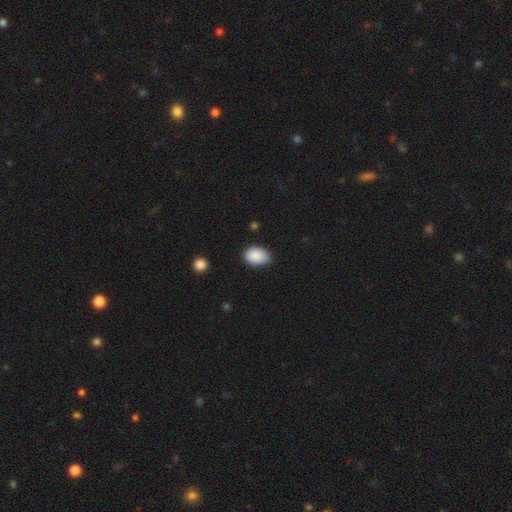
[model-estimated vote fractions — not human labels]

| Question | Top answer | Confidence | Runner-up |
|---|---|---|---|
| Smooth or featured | smooth | 89% | star or artifact (7%) |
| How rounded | in between | 85% | round (14%) |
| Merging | none | 77% | minor disturbance (19%) |